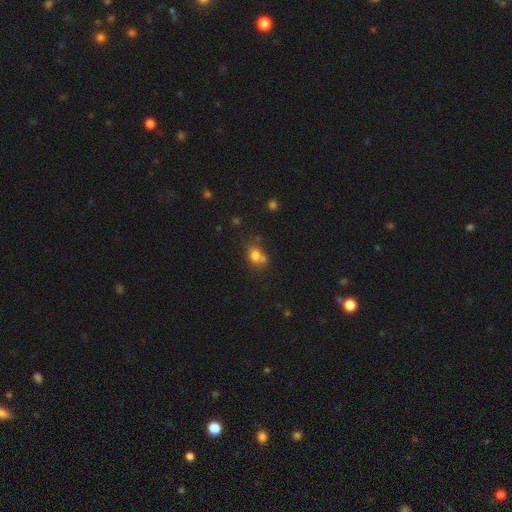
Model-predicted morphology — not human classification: Smooth or featured? smooth (77%)
How rounded? round (60%)
Merging? none (47%)